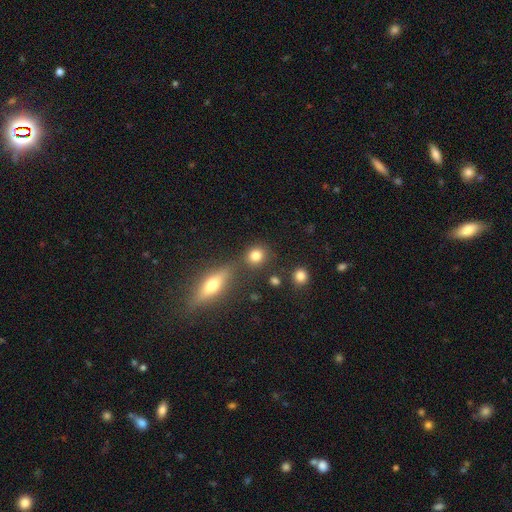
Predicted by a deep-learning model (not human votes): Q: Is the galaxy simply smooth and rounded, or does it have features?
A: smooth — 81%.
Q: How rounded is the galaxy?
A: round — 78%.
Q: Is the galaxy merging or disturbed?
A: none — 75%.